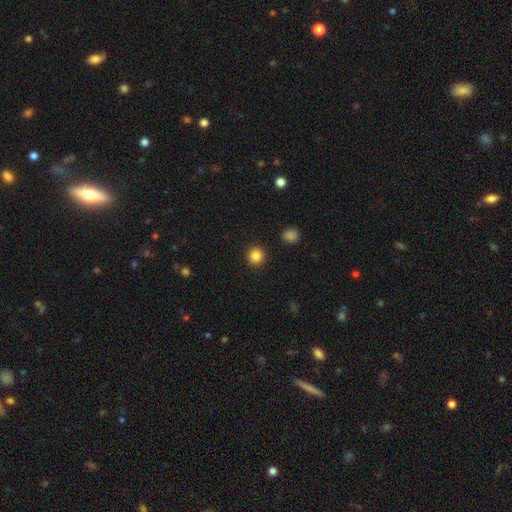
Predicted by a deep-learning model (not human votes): The model was most divided on "smooth or featured": smooth: 86%, star or artifact: 10%, featured or disk: 3%. More confident: how rounded — round (95%); merging — none (92%).